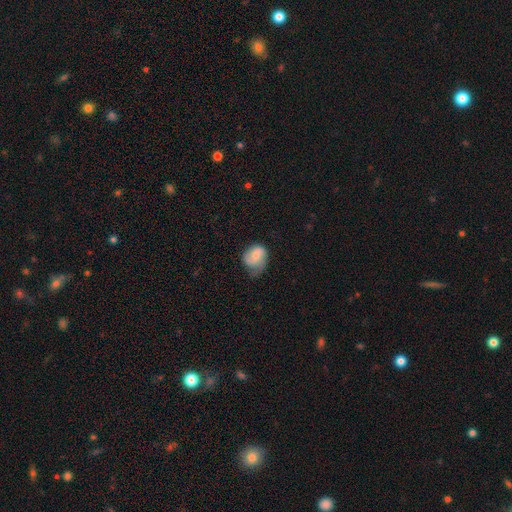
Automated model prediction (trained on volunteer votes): A smooth galaxy with no disk features (57%) that is round (52%).

Vote fractions:
- Smooth or featured? smooth: 57% / featured or disk: 36% / star or artifact: 7%
- How rounded? round: 52% / in between: 47% / cigar-shaped: 1%
- Merging? none: 39% (tied) / minor disturbance: 39% (tied) / major disturbance: 21% / merger: 2%